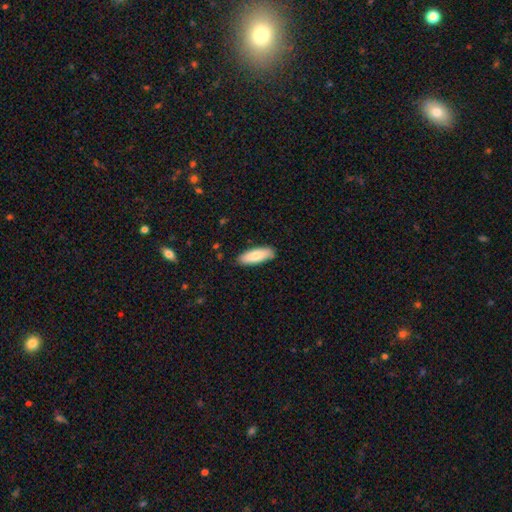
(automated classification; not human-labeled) smooth-or-featured: smooth: 84% | featured or disk: 11% | star or artifact: 6%
  how-rounded: in between: 65% | cigar-shaped: 34% | round: 2%
  merging: none: 87% | minor disturbance: 10% | major disturbance: 2% | merger: 1%